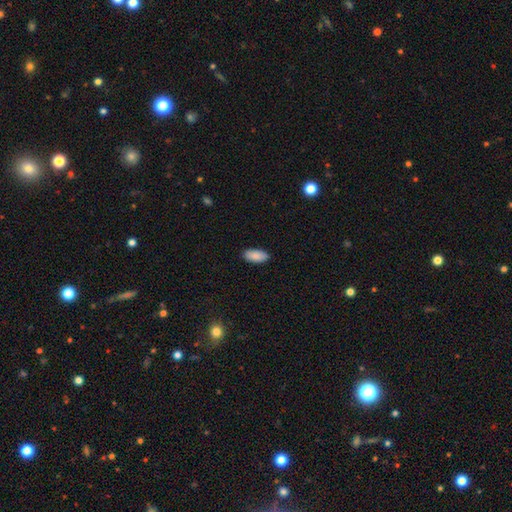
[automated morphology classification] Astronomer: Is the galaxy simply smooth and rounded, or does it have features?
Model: smooth — 89%.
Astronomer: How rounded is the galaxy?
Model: in between — 91%.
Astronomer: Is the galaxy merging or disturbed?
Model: none — 88%.